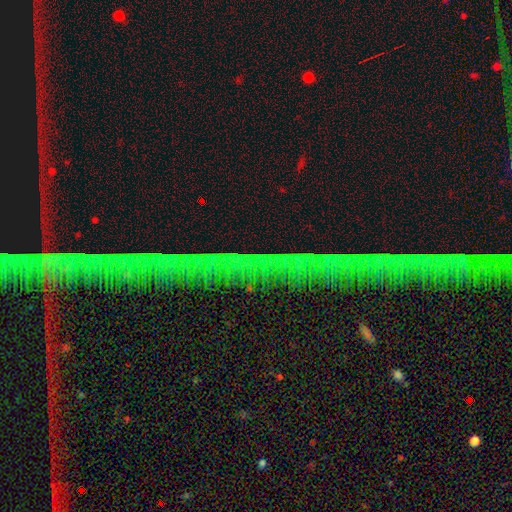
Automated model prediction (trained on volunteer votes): Morphology: type=star or artifact (76%).